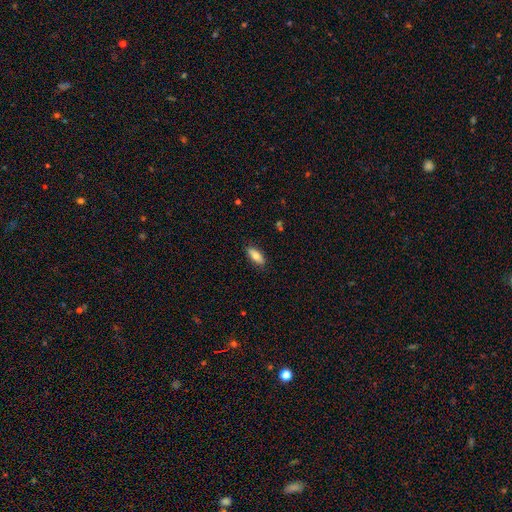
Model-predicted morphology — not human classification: Smooth or featured? smooth (75%)
How rounded? in between (72%)
Merging? none (87%)